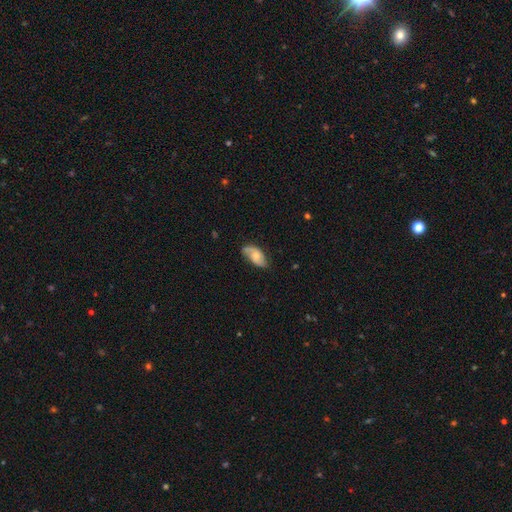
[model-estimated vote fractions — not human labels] The model was most divided on "bulge size": moderate: 43%, small: 40%, none: 9%, large: 6%, dominant: 1%. More confident: edge-on disk — no (94%); spiral arms — yes (87%); bar — no (69%); merging — none (60%); smooth or featured — featured or disk (55%).